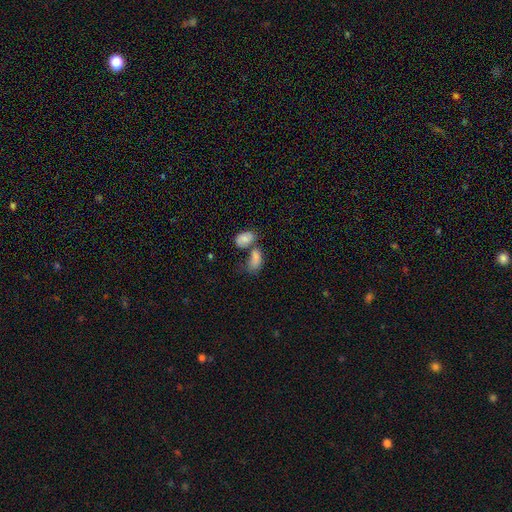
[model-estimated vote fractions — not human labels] This is clearly a smooth galaxy (80%). How rounded: clearly in between (90%). Merging: possibly merger (49%).